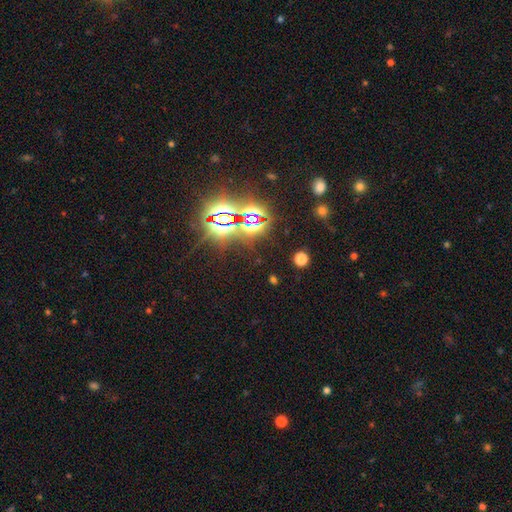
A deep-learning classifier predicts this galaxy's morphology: The model was most divided on "smooth or featured": star or artifact: 80%, smooth: 11%, featured or disk: 8%.